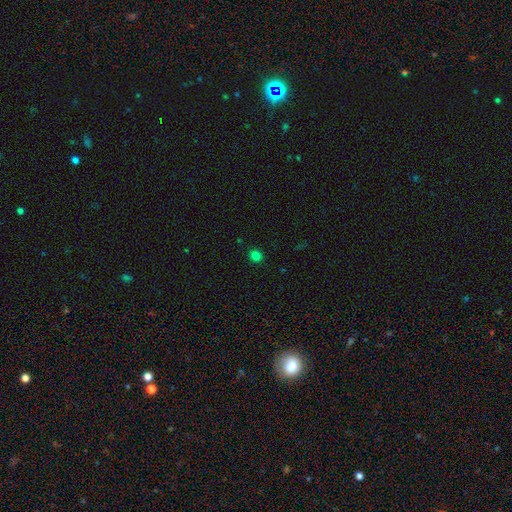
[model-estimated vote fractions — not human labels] Smooth or featured: smooth — 80% (star or artifact — 17%)
How rounded: round — 81% (in between — 18%)
Merging: none — 91% (minor disturbance — 6%)